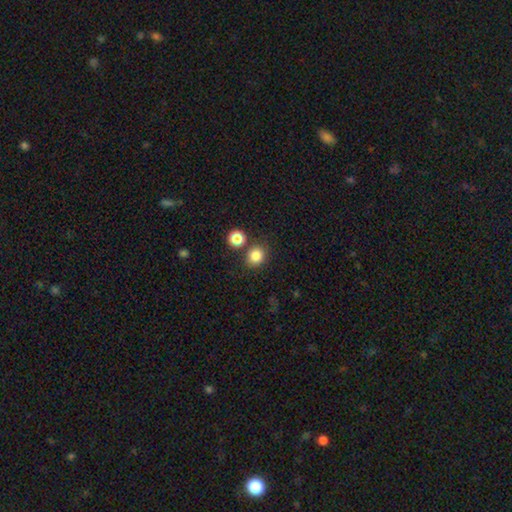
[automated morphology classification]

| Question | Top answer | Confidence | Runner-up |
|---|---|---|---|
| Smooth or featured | smooth | 83% | star or artifact (12%) |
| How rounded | round | 81% | in between (18%) |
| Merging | none | 78% | merger (11%) |